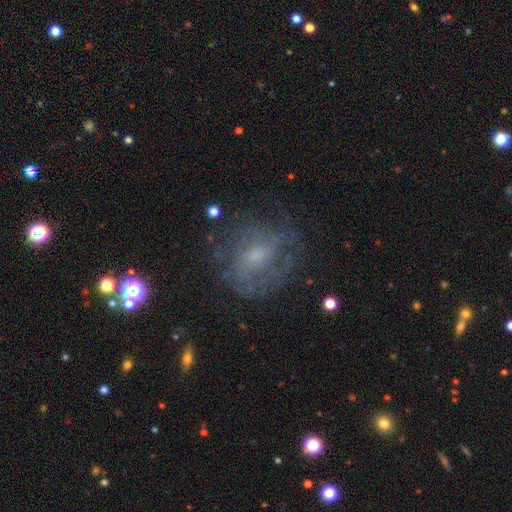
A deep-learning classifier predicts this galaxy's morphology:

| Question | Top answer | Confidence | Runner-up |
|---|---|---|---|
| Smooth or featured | featured or disk | 60% | smooth (26%) |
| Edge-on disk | no | 97% | yes (3%) |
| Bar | no | 61% | weak (33%) |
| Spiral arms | yes | 64% | no (36%) |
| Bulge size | small | 51% | moderate (32%) |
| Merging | none | 65% | minor disturbance (19%) |